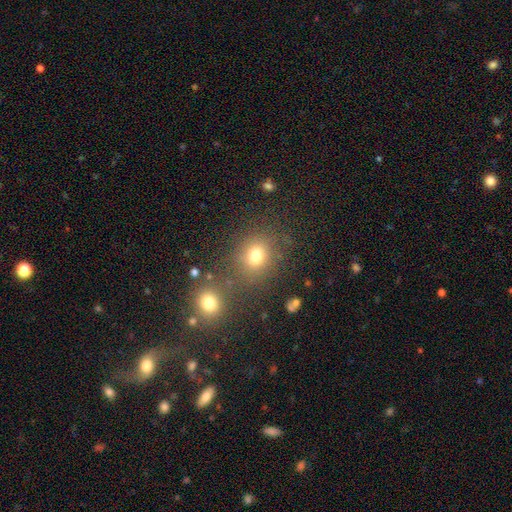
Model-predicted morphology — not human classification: Smooth or featured? smooth (74%)
How rounded? round (70%)
Merging? none (70%)